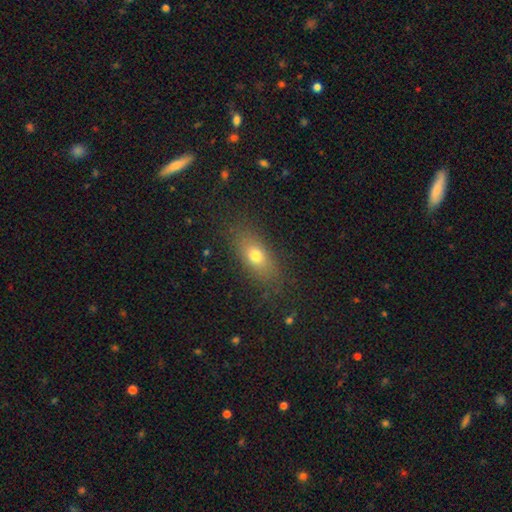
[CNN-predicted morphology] Smooth or featured? Predicted: smooth (p=0.72). How rounded? Predicted: in between (p=0.73). Merging? Predicted: none (p=0.83).